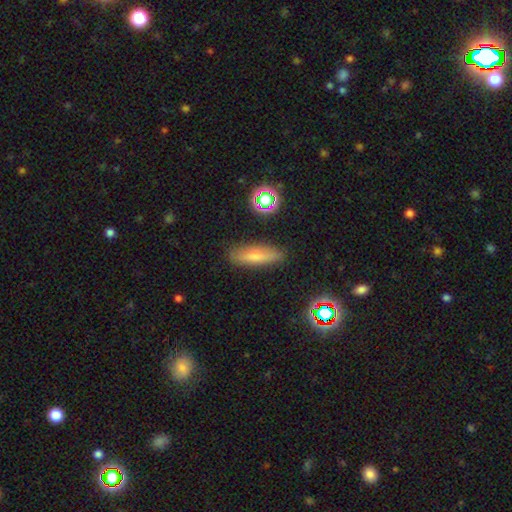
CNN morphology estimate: smooth-or-featured: smooth: 70% | featured or disk: 19% | star or artifact: 11%
  how-rounded: cigar-shaped: 59% | in between: 38% | round: 3%
  merging: none: 85% | minor disturbance: 11% | major disturbance: 3% | merger: 2%